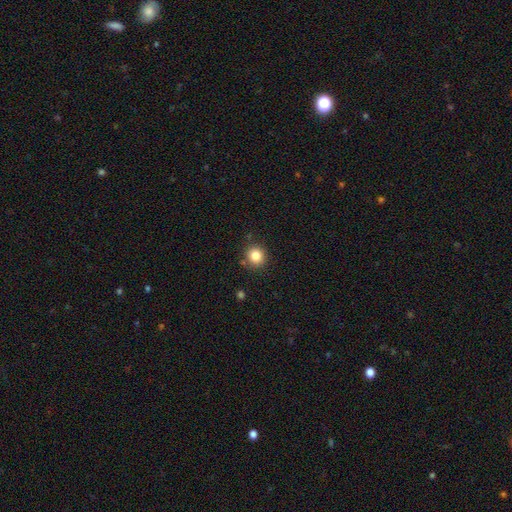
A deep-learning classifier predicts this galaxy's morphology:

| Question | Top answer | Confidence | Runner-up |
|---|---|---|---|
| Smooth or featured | smooth | 84% | star or artifact (11%) |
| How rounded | round | 88% | in between (11%) |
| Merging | none | 85% | minor disturbance (9%) |